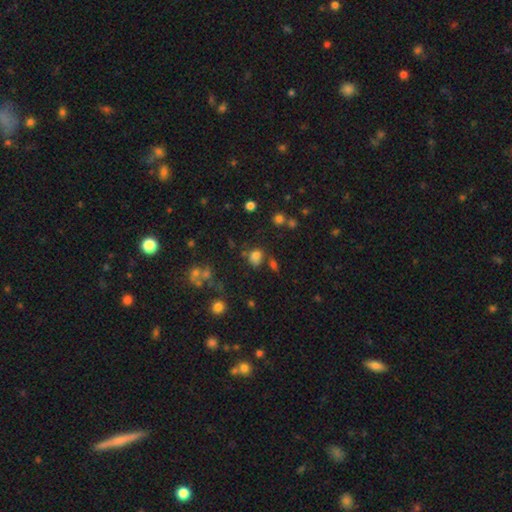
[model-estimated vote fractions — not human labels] smooth_or_featured: smooth (p=0.73) [alt: star or artifact p=0.19]
how_rounded: round (p=0.57) [alt: in between p=0.42]
merging: none (p=0.61) [alt: minor disturbance p=0.17]